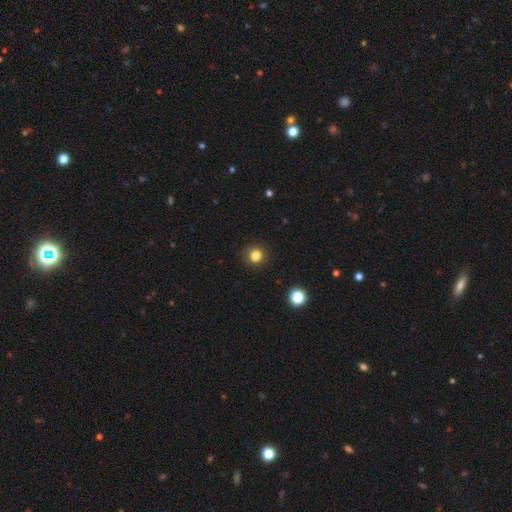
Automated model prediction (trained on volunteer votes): A smooth galaxy with no disk features (83%) that is round (91%).

Vote fractions:
- Smooth or featured? smooth: 83% / star or artifact: 13% / featured or disk: 4%
- How rounded? round: 91% / in between: 8% / cigar-shaped: 1%
- Merging? none: 90% / minor disturbance: 6% / major disturbance: 2% / merger: 1%